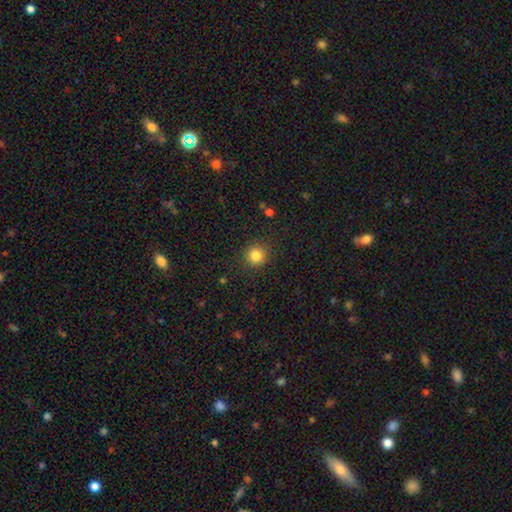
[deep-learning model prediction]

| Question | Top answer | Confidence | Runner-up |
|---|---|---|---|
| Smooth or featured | smooth | 83% | star or artifact (12%) |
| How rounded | round | 93% | in between (6%) |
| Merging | none | 90% | minor disturbance (6%) |